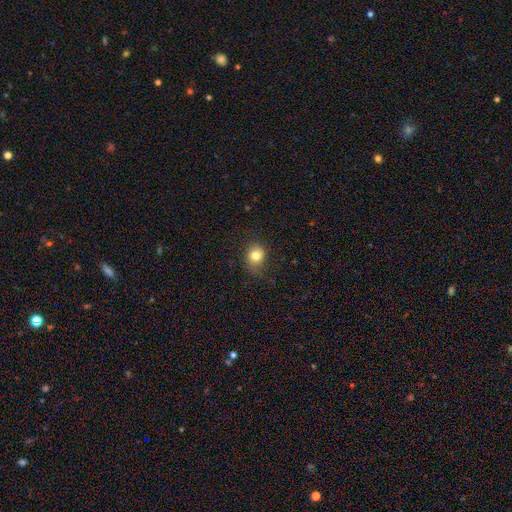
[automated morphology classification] A smooth galaxy with no disk features (80%) that is round (74%).

Vote fractions:
- Smooth or featured? smooth: 80% / star or artifact: 12% / featured or disk: 7%
- How rounded? round: 74% / in between: 25% / cigar-shaped: 1%
- Merging? none: 76% / minor disturbance: 17% / major disturbance: 5% / merger: 1%